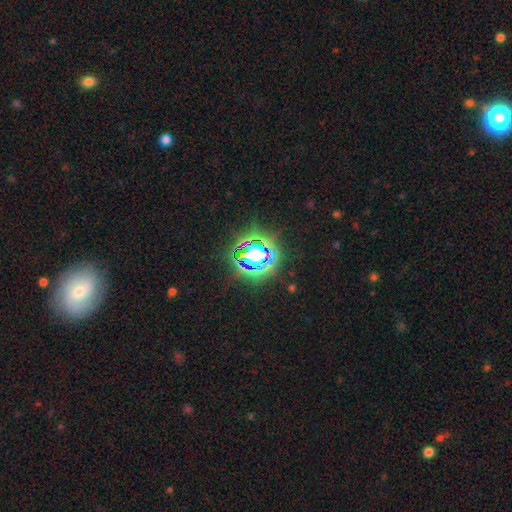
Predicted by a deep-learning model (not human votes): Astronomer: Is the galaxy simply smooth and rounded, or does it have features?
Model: star or artifact — 63%.